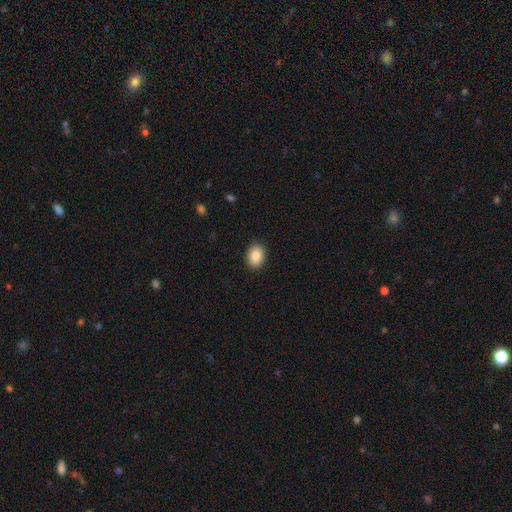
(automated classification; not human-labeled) A smooth galaxy with no disk features (86%) that is in between round and cigar-shaped (67%). Merging: none (91%).